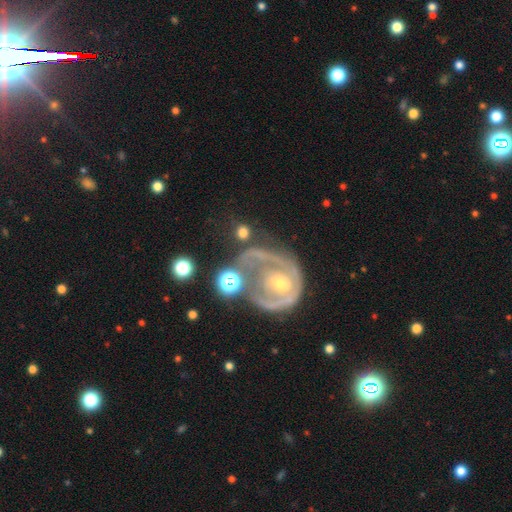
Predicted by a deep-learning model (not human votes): Smooth or featured: featured or disk — 66% (smooth — 23%)
Edge-on disk: no — 97% (yes — 3%)
Bar: no — 64% (weak — 26%)
Spiral arms: yes — 63% (no — 37%)
Bulge size: small — 53% (moderate — 34%)
Merging: major disturbance — 32% (tied with none — 32%)